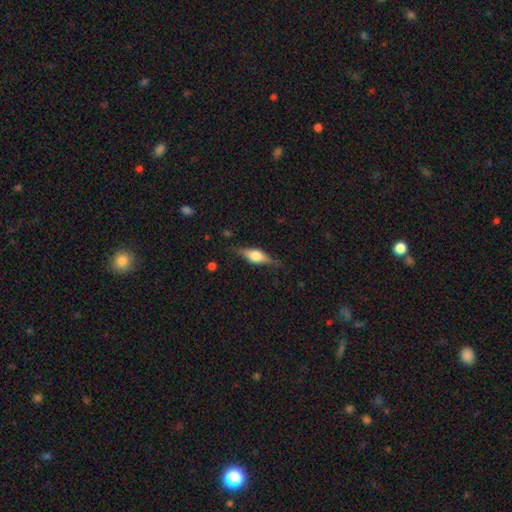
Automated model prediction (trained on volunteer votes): Smooth or featured?
  - featured or disk: 57% *
  - smooth: 35%
  - star or artifact: 7%
Edge-on disk?
  - yes: 94% *
  - no: 6%
Edge-on bulge?
  - rounded: 87% *
  - boxy: 11%
  - none: 2%
Merging?
  - none: 78% *
  - minor disturbance: 16%
  - major disturbance: 5%
  - merger: 1%